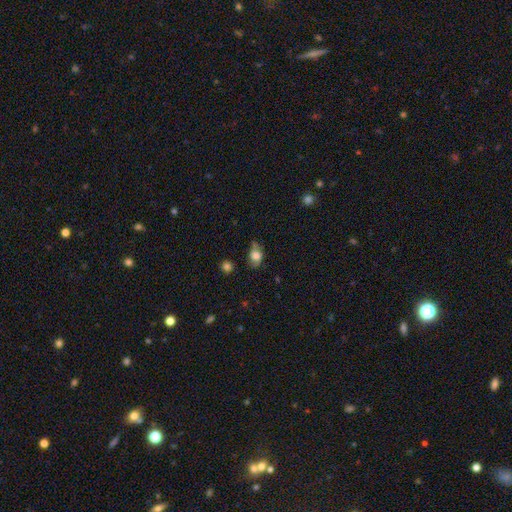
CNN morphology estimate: The model was most divided on "merging": none: 51%, minor disturbance: 33%, major disturbance: 12%, merger: 5%. More confident: how rounded — in between (69%); smooth or featured — smooth (67%).